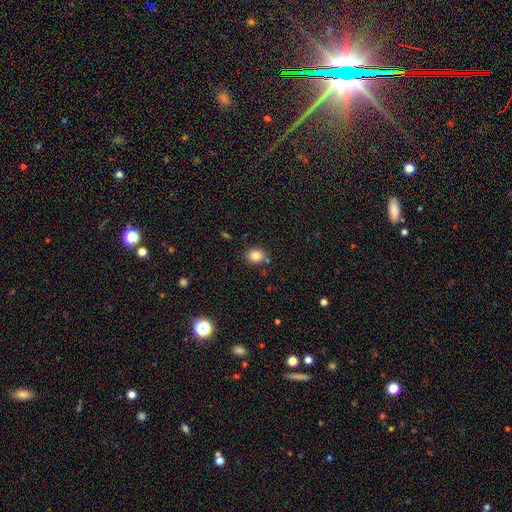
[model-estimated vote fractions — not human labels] Smooth or featured? smooth (83%)
How rounded? round (57%)
Merging? none (82%)